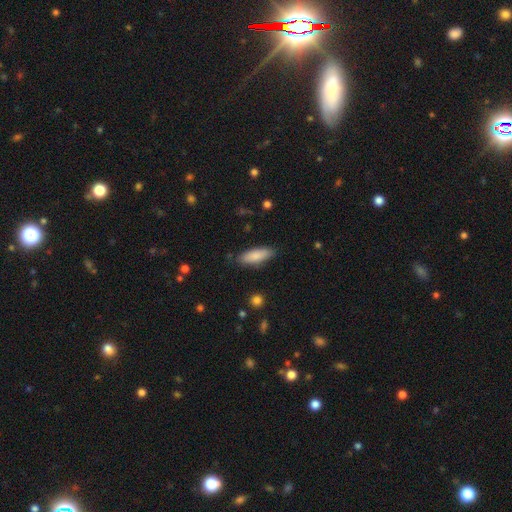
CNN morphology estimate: type=smooth (84%); roundness=in between (58%); merging=none (84%).